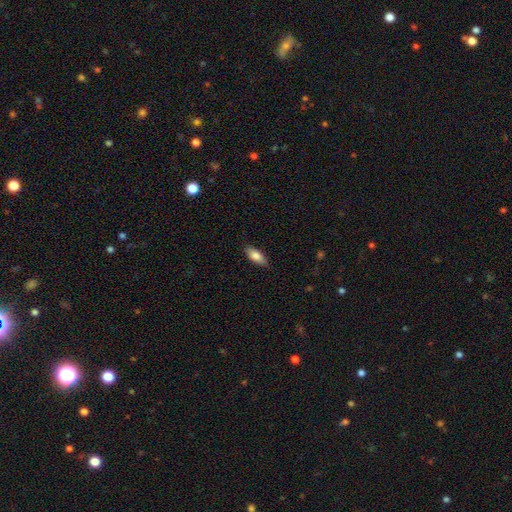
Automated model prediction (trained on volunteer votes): Overall: smooth (81%). How rounded: in between (77%). Merging: none (86%).